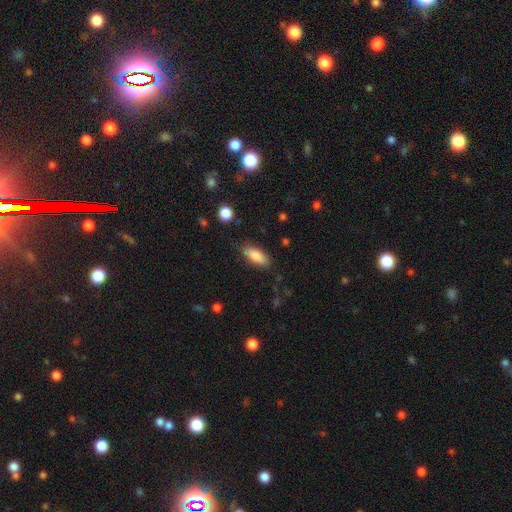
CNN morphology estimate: Smooth or featured? Predicted: smooth (p=0.84). How rounded? Predicted: in between (p=0.74). Merging? Predicted: none (p=0.80).